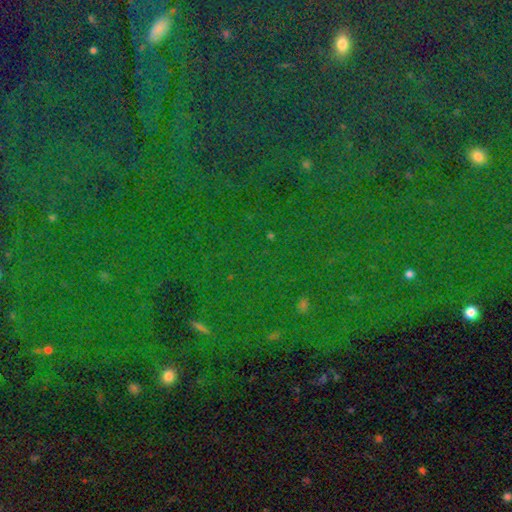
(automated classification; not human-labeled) Smooth or featured: star or artifact — 82% (smooth — 10%)